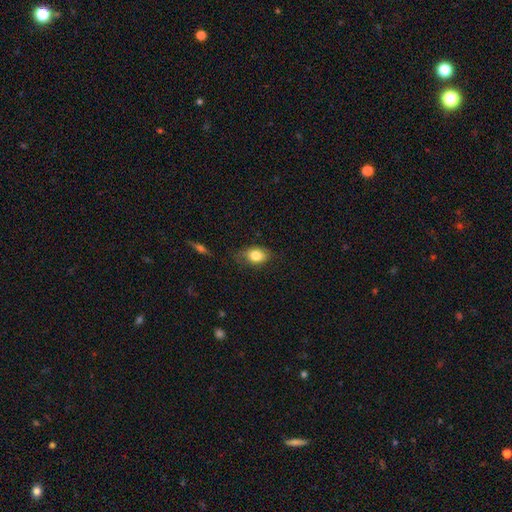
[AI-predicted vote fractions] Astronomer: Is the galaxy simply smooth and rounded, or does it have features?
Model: smooth — 81%.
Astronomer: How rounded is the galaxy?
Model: in between — 74%.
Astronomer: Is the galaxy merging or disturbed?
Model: none — 70%.